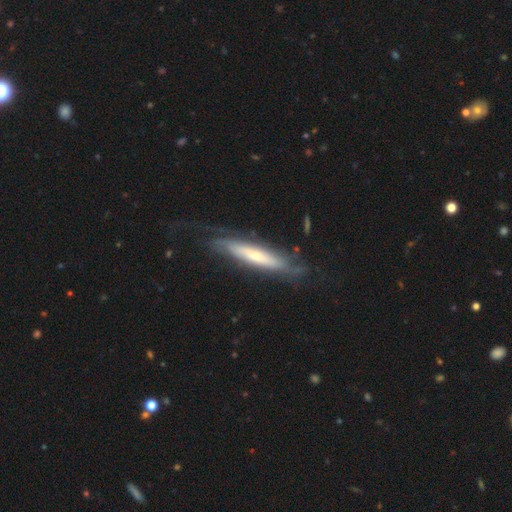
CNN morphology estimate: Smooth or featured?
  - featured or disk: 66% *
  - smooth: 28%
  - star or artifact: 6%
Edge-on disk?
  - yes: 57% *
  - no: 43%
Merging?
  - none: 68% *
  - minor disturbance: 19%
  - major disturbance: 11%
  - merger: 2%